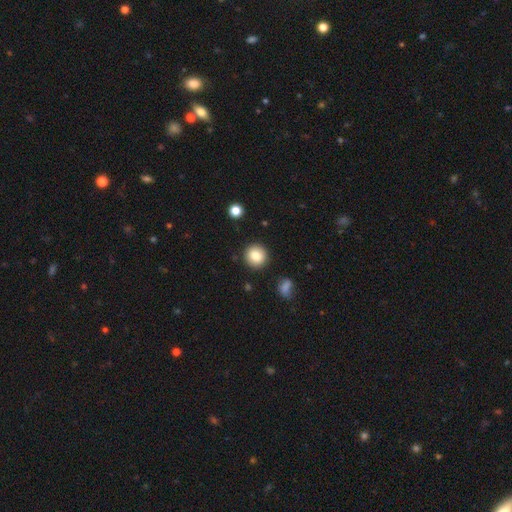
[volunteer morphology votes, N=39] Overall: smooth (90%). How rounded: round (100%). Merging: none (95%).